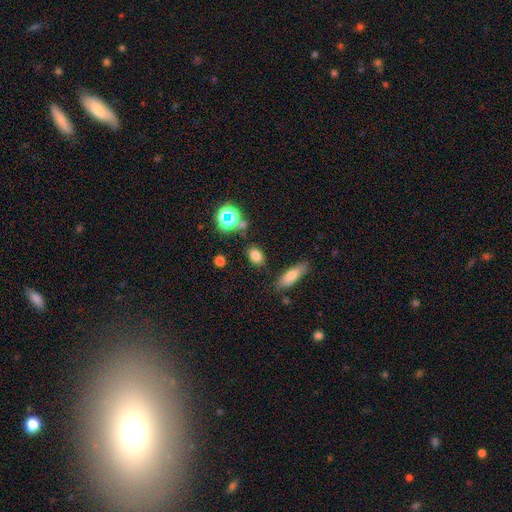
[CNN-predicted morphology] smooth-or-featured: smooth: 76% | star or artifact: 16% | featured or disk: 8%
  how-rounded: in between: 75% | round: 22% | cigar-shaped: 3%
  merging: none: 81% | minor disturbance: 11% | merger: 5% | major disturbance: 3%